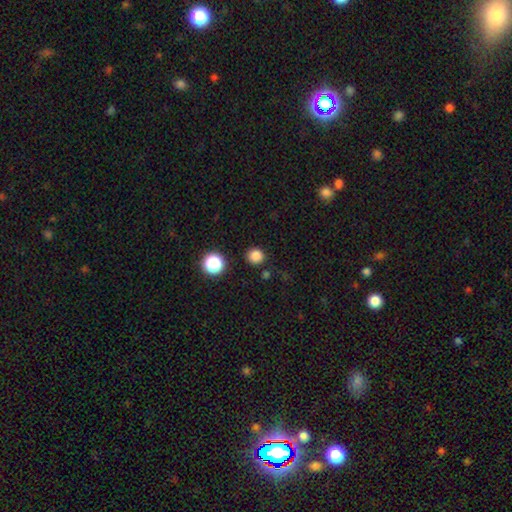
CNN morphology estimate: A smooth galaxy with no disk features (82%) that is round (92%).

Vote fractions:
- Smooth or featured? smooth: 82% / star or artifact: 14% / featured or disk: 4%
- How rounded? round: 92% / in between: 7% / cigar-shaped: 1%
- Merging? none: 88% / minor disturbance: 7% / merger: 3% / major disturbance: 3%